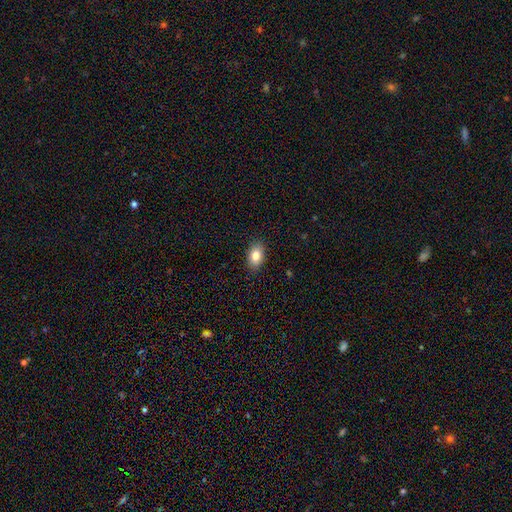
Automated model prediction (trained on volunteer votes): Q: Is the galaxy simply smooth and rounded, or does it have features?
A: smooth — 84%.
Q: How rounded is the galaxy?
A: in between — 91%.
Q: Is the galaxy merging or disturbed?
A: none — 88%.